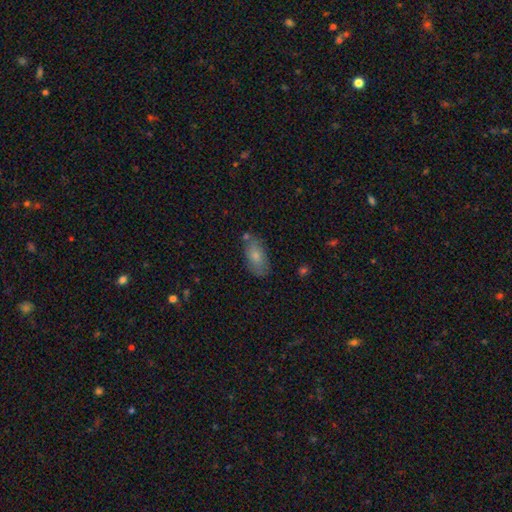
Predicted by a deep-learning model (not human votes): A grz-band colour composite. It shows a smooth galaxy with no disk features (77%) that is in between round and cigar-shaped (91%). Merging: none (68%).